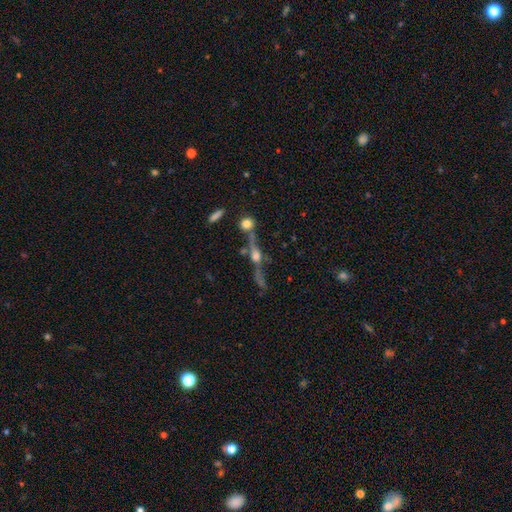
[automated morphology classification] featured or disk 69%, smooth 17%, star or artifact 13%. Down the decision tree: edge-on disk — yes (86%); edge-on bulge — rounded (90%); merging — none (57%).